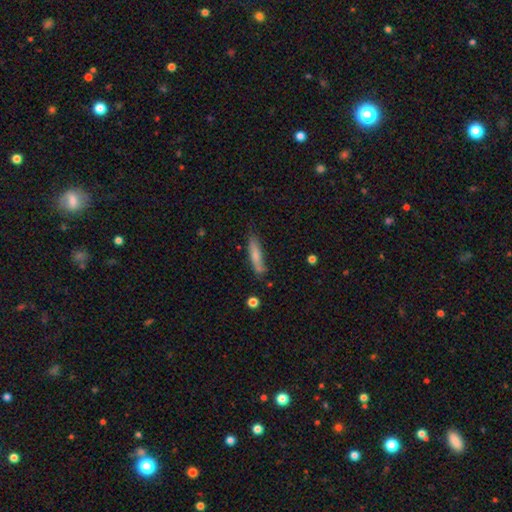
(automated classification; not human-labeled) This appears to be a smooth galaxy with no disk features (73%) that is cigar-shaped (84%). Merging: none (73%).